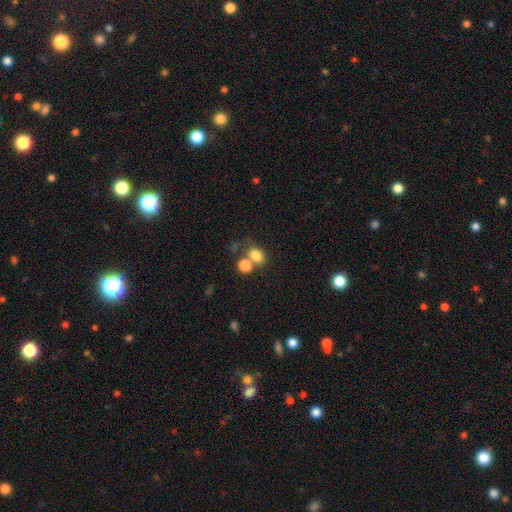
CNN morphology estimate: Smooth or featured: smooth — 79% (star or artifact — 12%)
How rounded: in between — 55% (round — 44%)
Merging: none — 48% (merger — 34%)